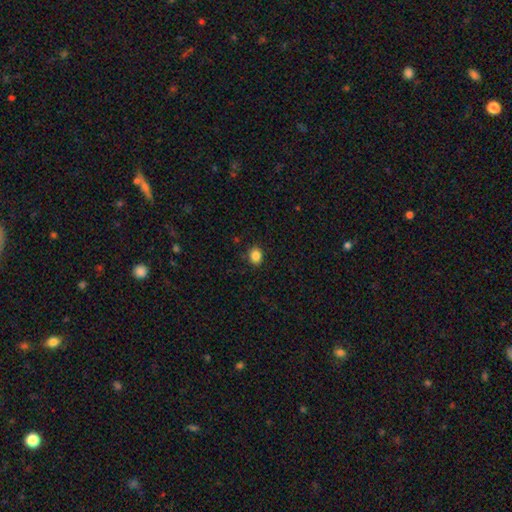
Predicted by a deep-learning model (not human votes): smooth_or_featured: smooth (p=0.86) [alt: star or artifact p=0.10]
how_rounded: round (p=0.62) [alt: in between p=0.37]
merging: none (p=0.89) [alt: minor disturbance p=0.08]